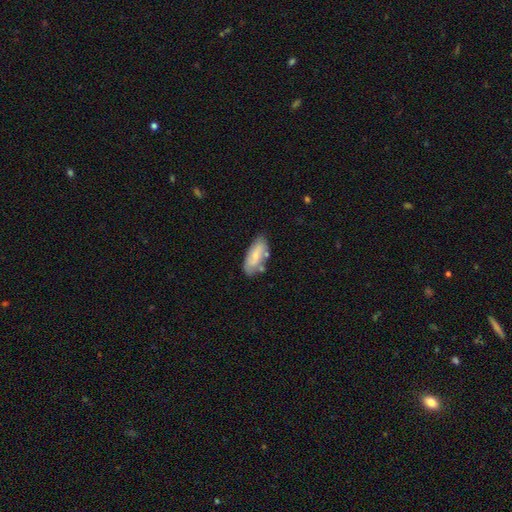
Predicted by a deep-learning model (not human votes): The model was most divided on "smooth or featured": smooth: 67%, featured or disk: 26%, star or artifact: 6%. More confident: how rounded — in between (79%); merging — none (68%).